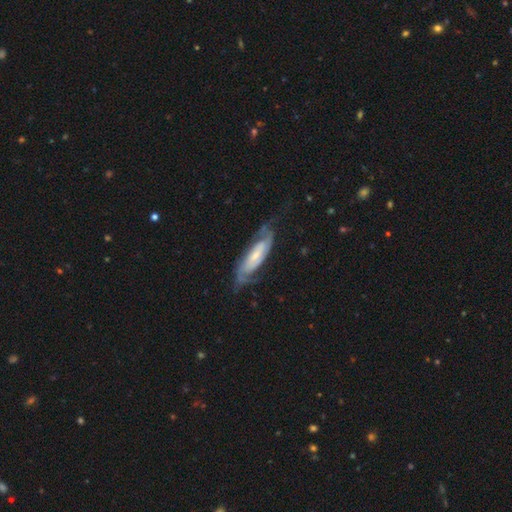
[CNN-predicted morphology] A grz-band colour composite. It shows a featured or disk galaxy (78%) with no bar (47%), 2 (77%) medium (41%) spiral arms (93%) and a small central bulge (59%). Merging: none (66%).